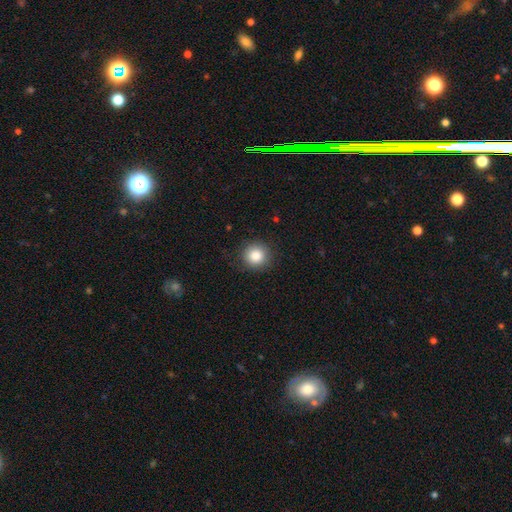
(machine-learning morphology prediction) A smooth galaxy with no disk features (85%) that is round (92%).

Vote fractions:
- Smooth or featured? smooth: 85% / star or artifact: 9% / featured or disk: 5%
- How rounded? round: 92% / in between: 7% / cigar-shaped: 1%
- Merging? none: 87% / minor disturbance: 9% / major disturbance: 3% / merger: 1%